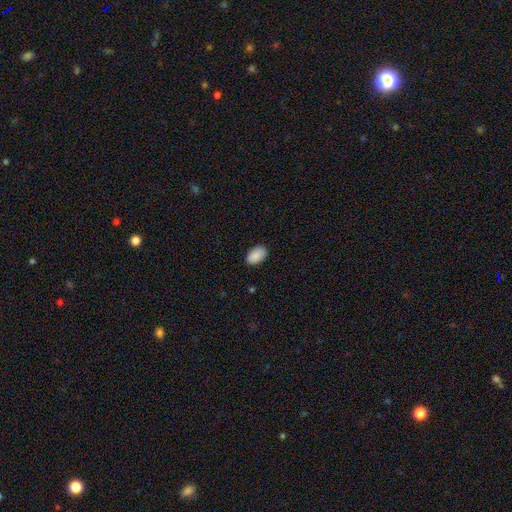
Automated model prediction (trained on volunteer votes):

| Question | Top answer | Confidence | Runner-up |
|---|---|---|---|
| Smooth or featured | smooth | 90% | star or artifact (7%) |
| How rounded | in between | 93% | round (6%) |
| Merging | none | 87% | minor disturbance (10%) |